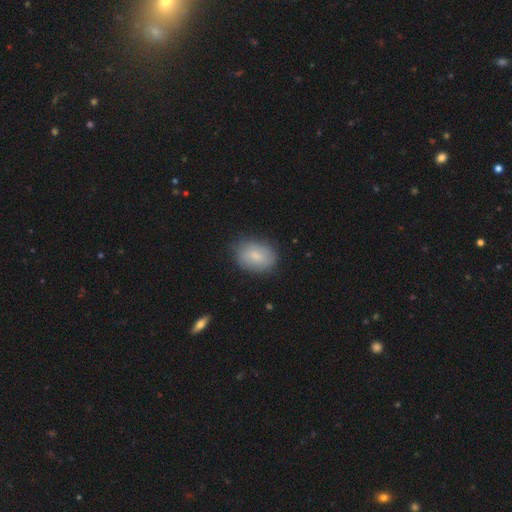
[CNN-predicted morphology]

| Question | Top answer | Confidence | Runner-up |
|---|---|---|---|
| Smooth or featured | smooth | 78% | featured or disk (15%) |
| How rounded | in between | 74% | round (25%) |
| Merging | none | 79% | minor disturbance (17%) |